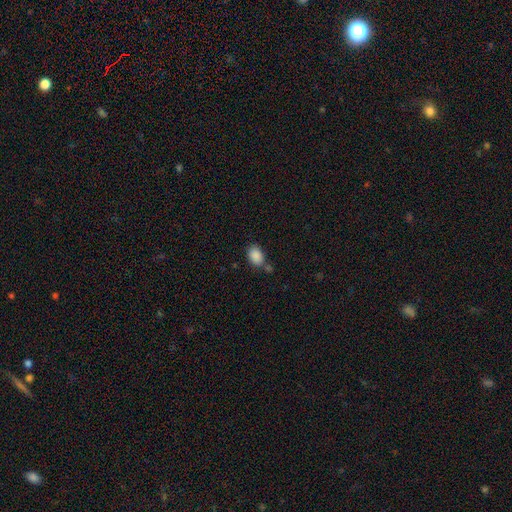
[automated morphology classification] The model was most divided on "merging": none: 64%, minor disturbance: 16%, merger: 15%, major disturbance: 5%. More confident: smooth or featured — smooth (88%); how rounded — in between (81%).